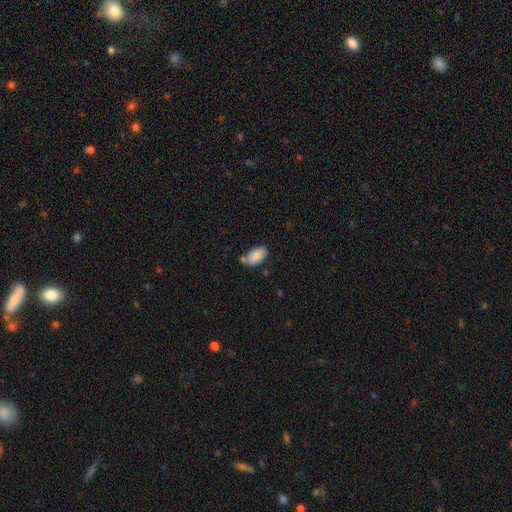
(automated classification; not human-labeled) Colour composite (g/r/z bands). It shows a smooth galaxy with no disk features (87%) that is in between round and cigar-shaped (95%). Merging: none (64%).